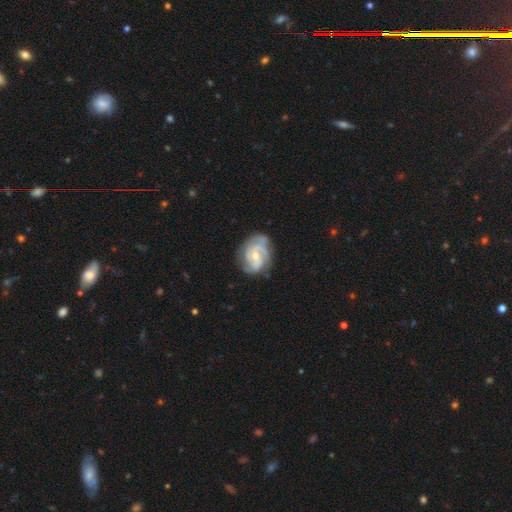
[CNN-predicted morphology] featured or disk 85%, smooth 11%, star or artifact 5%. Down the decision tree: edge-on disk — no (98%); bar — no (53%); spiral arms — yes (96%); spiral arm count — 2 (46%); spiral winding — tight (48%); bulge size — small (51%); merging — none (68%).